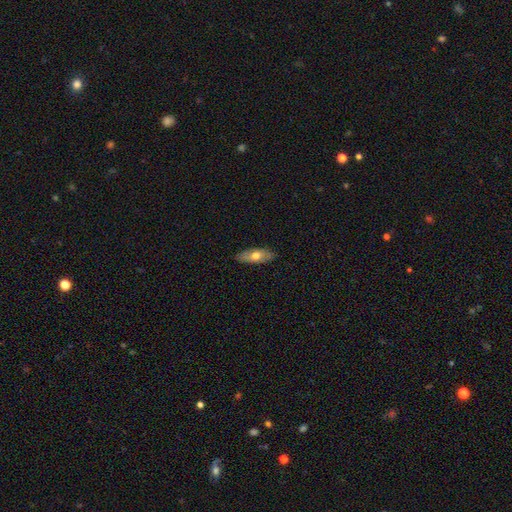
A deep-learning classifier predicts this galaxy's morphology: smooth 60%, featured or disk 34%, star or artifact 6%. Down the decision tree: how rounded — in between (73%); merging — none (85%).